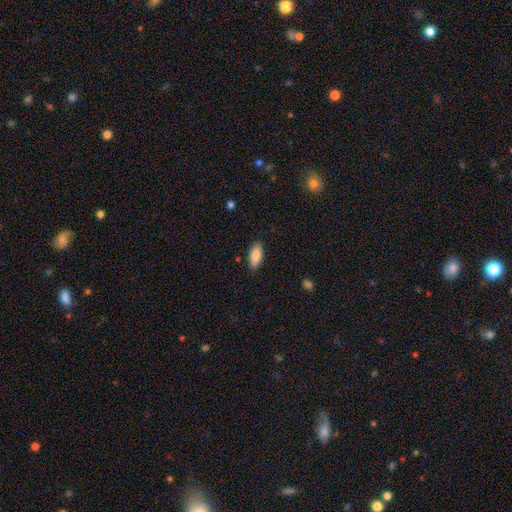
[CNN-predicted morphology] This appears to be a smooth galaxy with no disk features (86%) that is in between round and cigar-shaped (84%). Merging: none (88%).